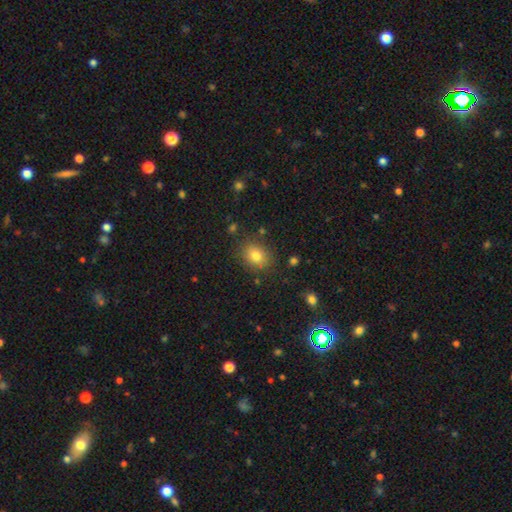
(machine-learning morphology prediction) type=smooth (80%); roundness=round (52%); merging=none (84%).